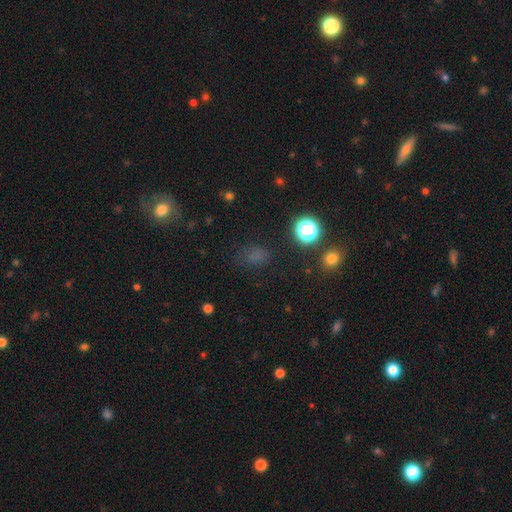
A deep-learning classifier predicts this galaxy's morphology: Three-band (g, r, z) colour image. It shows a smooth galaxy with no disk features (61%) that is in between round and cigar-shaped (51%). Merging: none (75%).